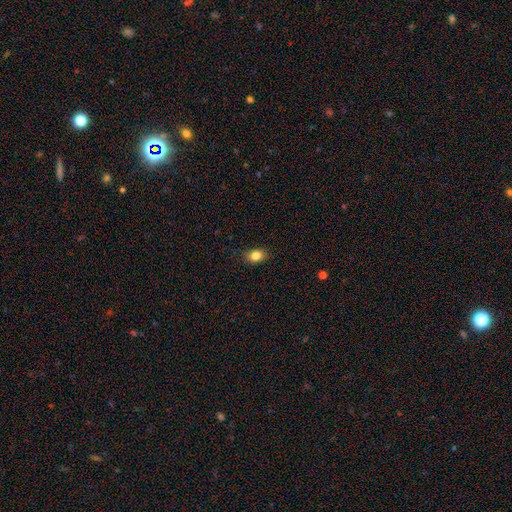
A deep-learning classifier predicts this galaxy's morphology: smooth_or_featured: smooth (p=0.83) [alt: star or artifact p=0.10]
how_rounded: in between (p=0.67) [alt: round p=0.32]
merging: none (p=0.84) [alt: minor disturbance p=0.13]